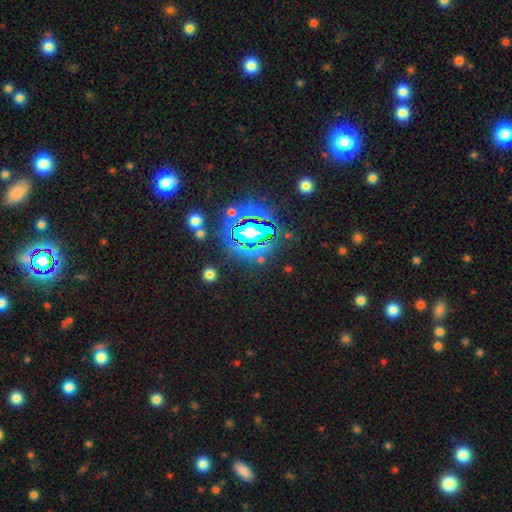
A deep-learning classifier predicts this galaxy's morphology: The model was most divided on "smooth or featured": star or artifact: 77%, smooth: 13%, featured or disk: 10%.